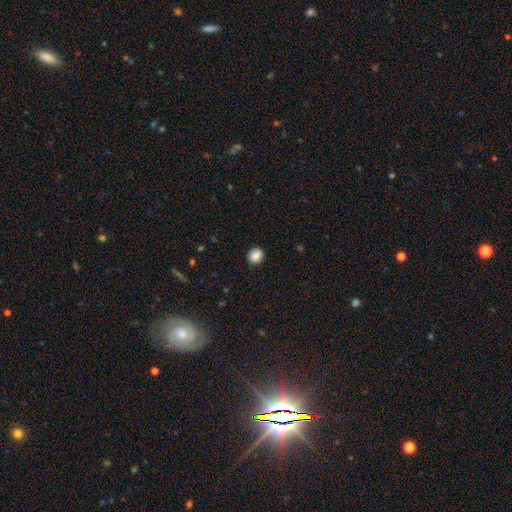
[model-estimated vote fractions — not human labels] Smooth or featured?
  - smooth: 85% *
  - star or artifact: 9%
  - featured or disk: 6%
How rounded?
  - round: 77% *
  - in between: 22%
  - cigar-shaped: 1%
Merging?
  - none: 89% *
  - minor disturbance: 8%
  - major disturbance: 2%
  - merger: 1%